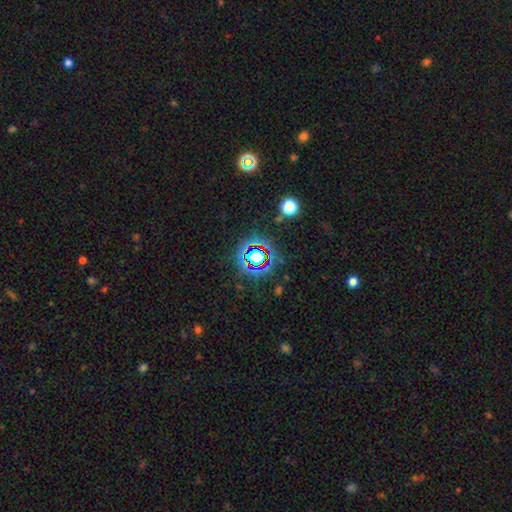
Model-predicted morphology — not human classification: Smooth or featured? Predicted: star or artifact (p=0.70).